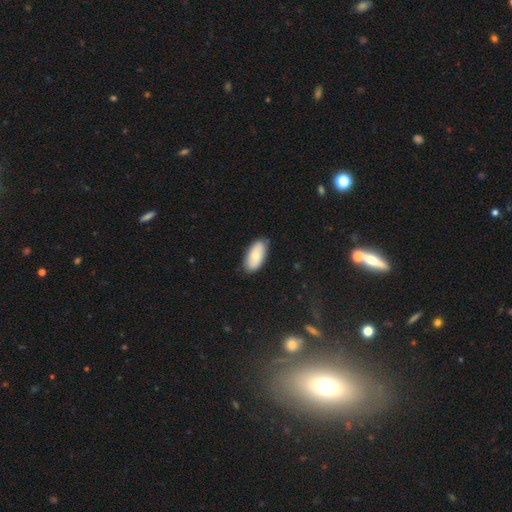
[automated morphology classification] Smooth or featured? Predicted: smooth (p=0.75). How rounded? Predicted: in between (p=0.93). Merging? Predicted: none (p=0.82).